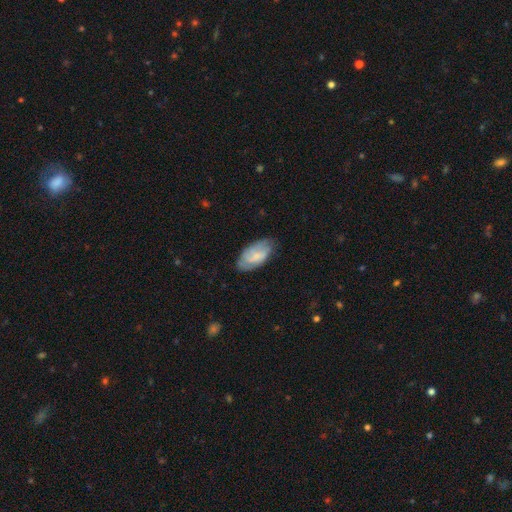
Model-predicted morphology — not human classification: Smooth or featured: smooth — 52% (featured or disk — 41%)
How rounded: in between — 93% (cigar-shaped — 4%)
Merging: none — 68% (minor disturbance — 25%)